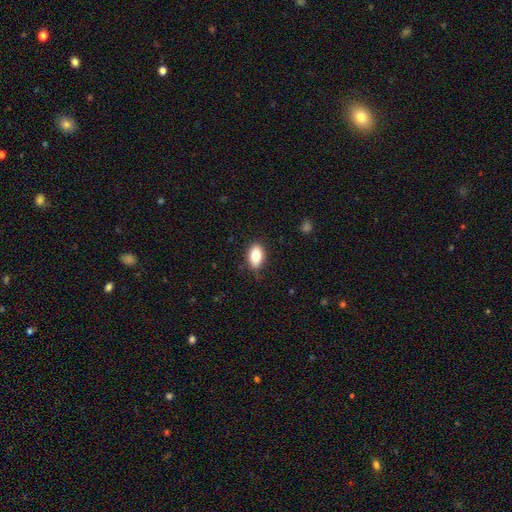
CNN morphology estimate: type=smooth (84%); roundness=in between (91%); merging=none (85%).